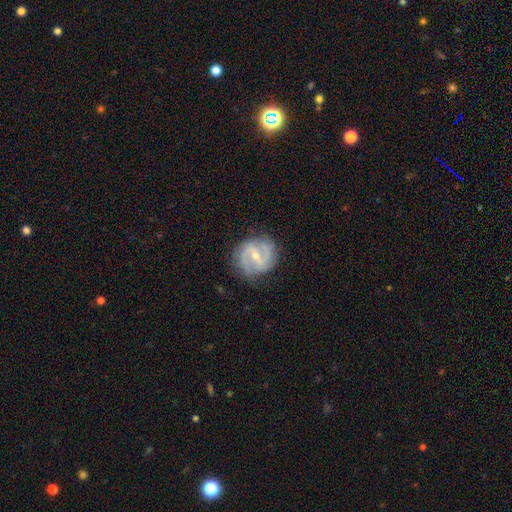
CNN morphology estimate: A featured or disk galaxy (86%) with a weak bar (49%), 2 (79%) medium (51%) spiral arms (95%) and a small central bulge (61%).

Vote fractions:
- Smooth or featured? featured or disk: 86% / smooth: 9% / star or artifact: 5%
- Edge-on disk? no: 98% / yes: 2%
- Bar? weak: 49% / strong: 33% / no: 18%
- Spiral arms? yes: 95% / no: 5%
- Spiral winding? medium: 51% / tight: 30% / loose: 18%
- Spiral arm count? 2: 79% / 3: 8% / can't tell: 7% / 1: 2% / 4: 2% / more than 4: 2%
- Bulge size? small: 61% / moderate: 36% / none: 1% / large: 1% / dominant: 1%
- Merging? none: 77% / minor disturbance: 16% / major disturbance: 5% / merger: 1%